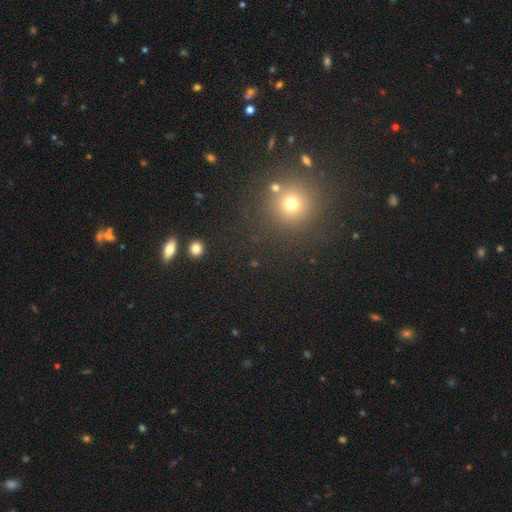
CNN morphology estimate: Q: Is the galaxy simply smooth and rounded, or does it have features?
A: smooth — 48%.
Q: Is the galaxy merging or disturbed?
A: none — 88%.